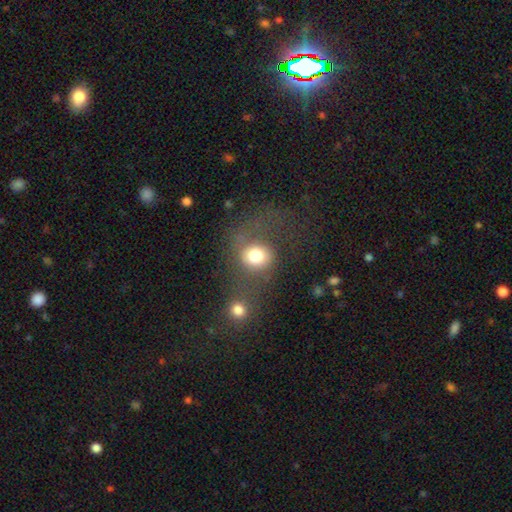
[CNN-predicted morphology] A smooth galaxy with no disk features (75%) that is round (76%). Merging: none (39%).